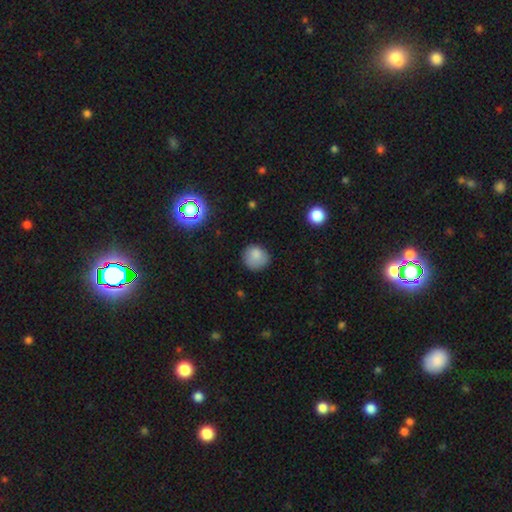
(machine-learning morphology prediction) Smooth or featured? Predicted: smooth (p=0.82). How rounded? Predicted: round (p=0.88). Merging? Predicted: none (p=0.78).